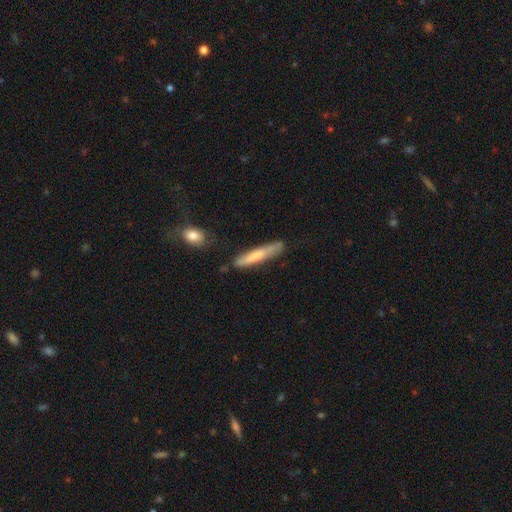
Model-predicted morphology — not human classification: Q: Smooth or featured?
A: smooth (68%); runner-up: featured or disk (26%)
Q: How rounded?
A: cigar-shaped (92%); runner-up: in between (7%)
Q: Merging?
A: none (73%); runner-up: minor disturbance (19%)